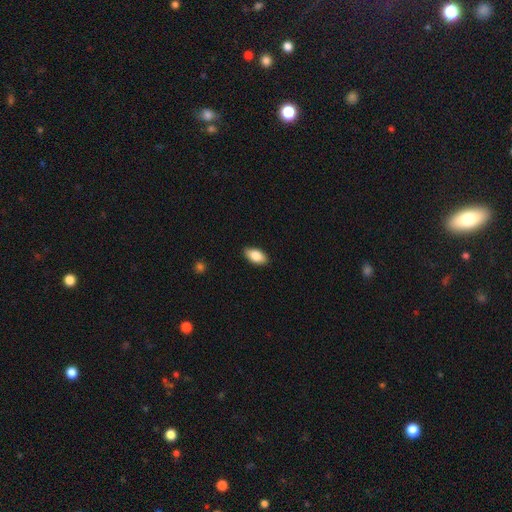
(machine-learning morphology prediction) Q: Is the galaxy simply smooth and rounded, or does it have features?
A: smooth — 84%.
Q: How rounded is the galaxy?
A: in between — 93%.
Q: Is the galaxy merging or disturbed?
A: none — 89%.